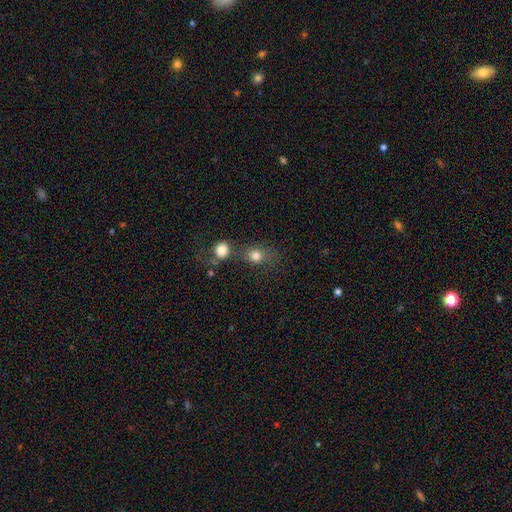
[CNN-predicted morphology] A smooth galaxy with no disk features (79%) that is round (66%). Merging: none (50%).